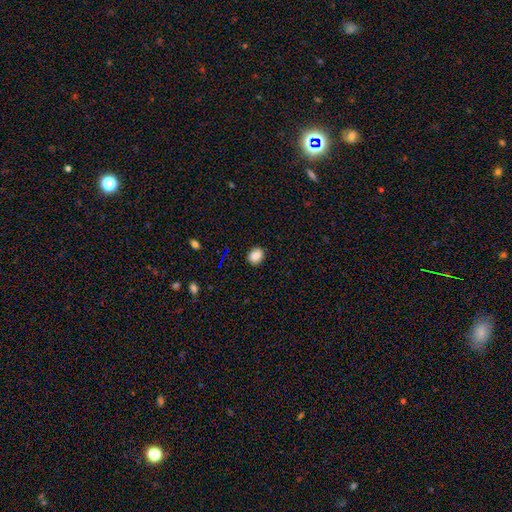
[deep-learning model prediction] Smooth or featured?
  - smooth: 86% *
  - star or artifact: 10%
  - featured or disk: 4%
How rounded?
  - in between: 51% *
  - round: 47%
  - cigar-shaped: 1%
Merging?
  - none: 87% *
  - minor disturbance: 10%
  - major disturbance: 2%
  - merger: 1%